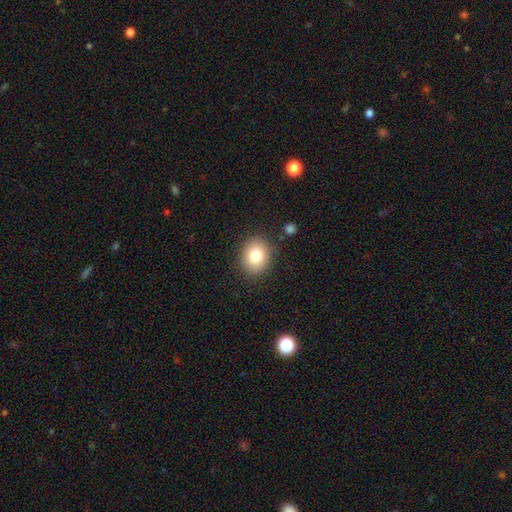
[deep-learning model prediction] This is clearly a smooth galaxy (81%). How rounded: likely round (62%). Merging: clearly none (86%).